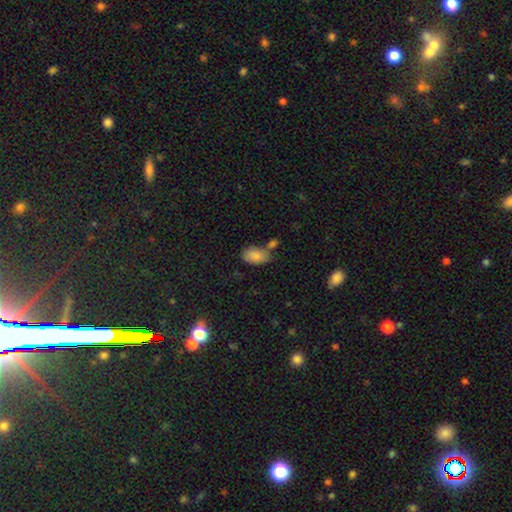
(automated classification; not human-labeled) smooth-or-featured: smooth: 85% | star or artifact: 8% | featured or disk: 7%
  how-rounded: in between: 92% | round: 6% | cigar-shaped: 2%
  merging: none: 50% | merger: 24% | minor disturbance: 20% | major disturbance: 6%